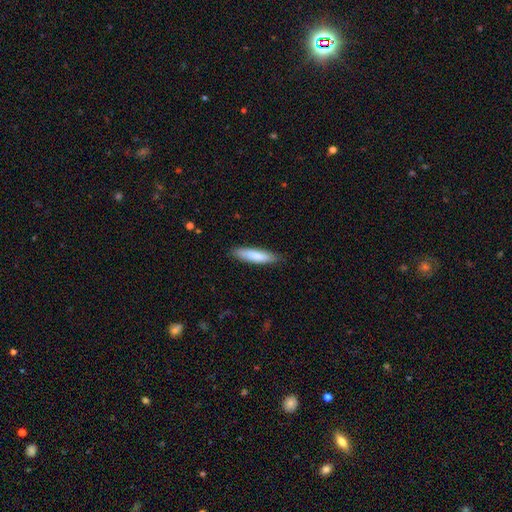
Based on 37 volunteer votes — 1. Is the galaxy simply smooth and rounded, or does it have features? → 78% smooth, 14% featured or disk, 8% star or artifact.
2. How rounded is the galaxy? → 66% cigar-shaped, 31% in between, 3% round.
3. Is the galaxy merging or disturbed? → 71% none, 26% minor disturbance, 3% major disturbance, 0% merger.